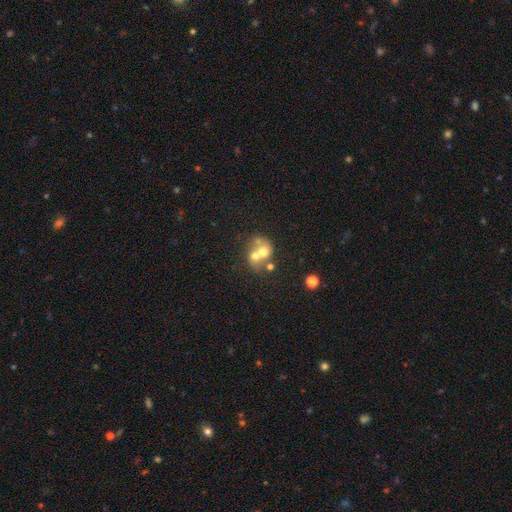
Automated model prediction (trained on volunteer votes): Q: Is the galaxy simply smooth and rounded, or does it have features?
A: smooth — 55%.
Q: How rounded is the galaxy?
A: round — 68%.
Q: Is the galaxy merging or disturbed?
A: merger — 65%.